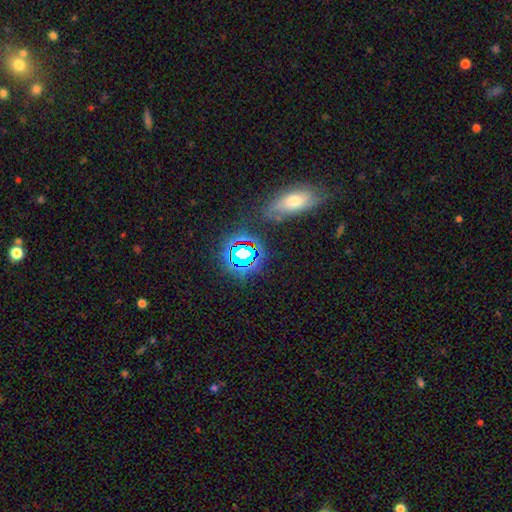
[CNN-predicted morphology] smooth_or_featured: star or artifact (p=0.48) [alt: smooth p=0.33]